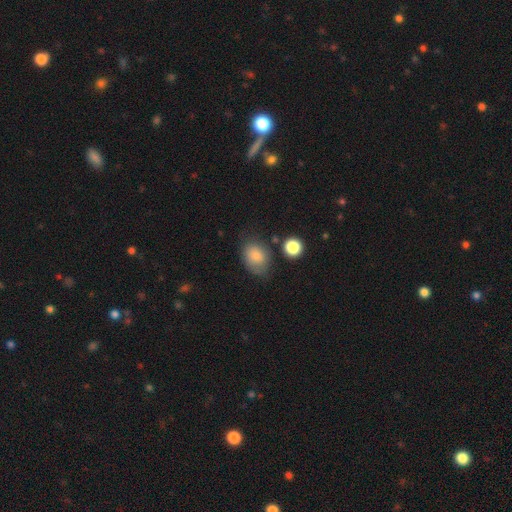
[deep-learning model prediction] The model was most divided on "how rounded": in between: 68%, round: 31%, cigar-shaped: 1%. More confident: smooth or featured — smooth (80%); merging — none (63%).